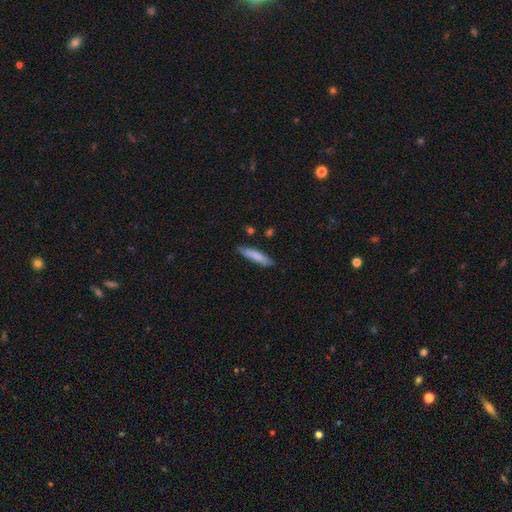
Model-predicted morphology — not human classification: This appears to be a smooth galaxy with no disk features (77%) that is cigar-shaped (84%). Merging: none (82%).